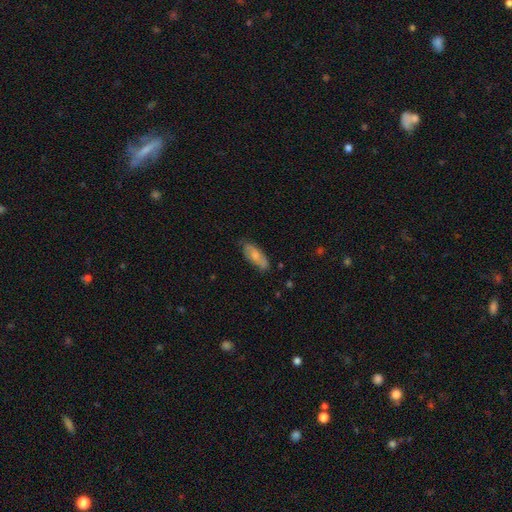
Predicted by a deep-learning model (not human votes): Smooth or featured?
  - smooth: 66% *
  - featured or disk: 28%
  - star or artifact: 6%
How rounded?
  - in between: 75% *
  - cigar-shaped: 23%
  - round: 2%
Merging?
  - none: 75% *
  - minor disturbance: 20%
  - major disturbance: 4%
  - merger: 2%